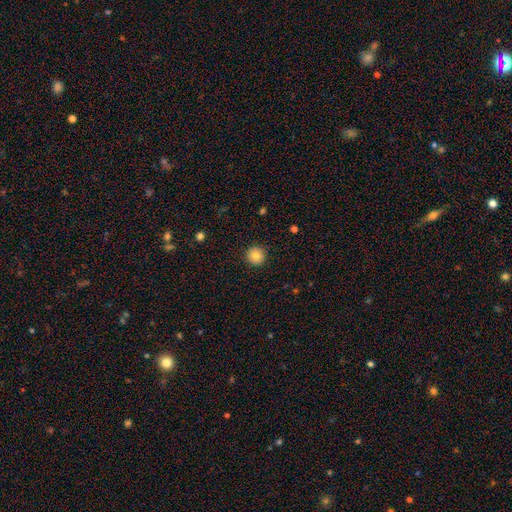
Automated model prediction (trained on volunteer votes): Smooth or featured?
  - smooth: 83% *
  - star or artifact: 10%
  - featured or disk: 8%
How rounded?
  - round: 96% *
  - in between: 3%
  - cigar-shaped: 1%
Merging?
  - none: 92% *
  - minor disturbance: 5%
  - major disturbance: 2%
  - merger: 1%